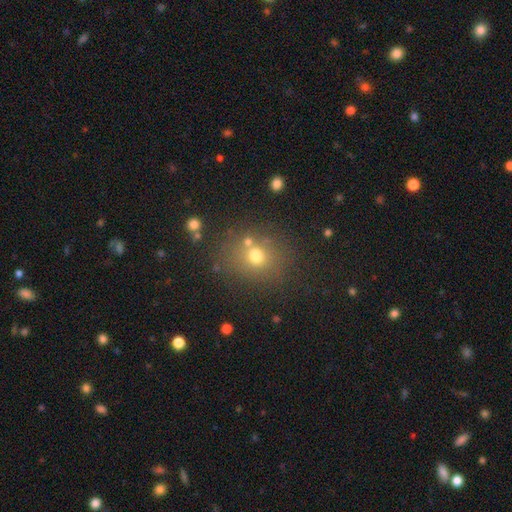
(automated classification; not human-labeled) This is likely a smooth galaxy (68%). How rounded: likely round (71%). Merging: likely none (75%).